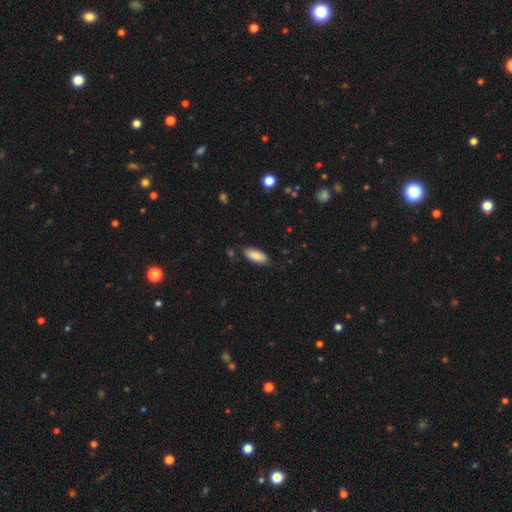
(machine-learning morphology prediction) Smooth or featured? smooth (88%)
How rounded? in between (80%)
Merging? none (83%)